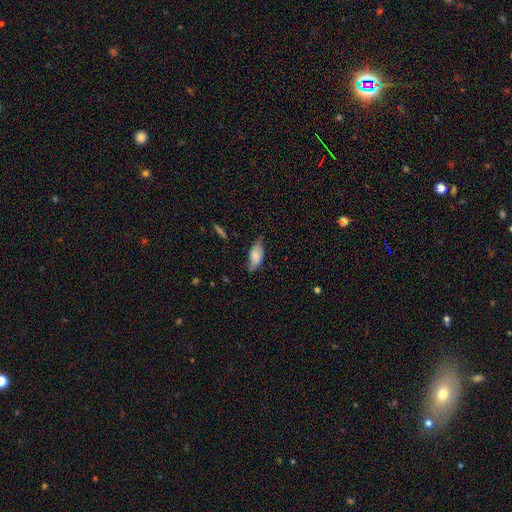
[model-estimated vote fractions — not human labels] This is likely a smooth galaxy (71%). How rounded: clearly in between (83%). Merging: likely none (66%).